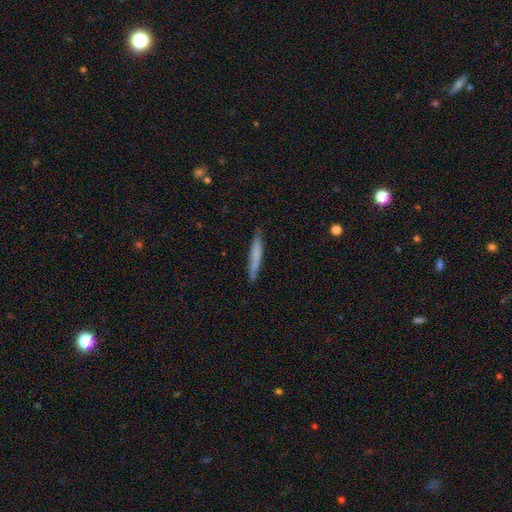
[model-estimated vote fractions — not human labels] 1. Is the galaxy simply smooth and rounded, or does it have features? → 67% smooth, 27% featured or disk, 6% star or artifact.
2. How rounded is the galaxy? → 95% cigar-shaped, 4% in between, 1% round.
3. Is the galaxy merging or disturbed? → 85% none, 11% minor disturbance, 2% major disturbance, 2% merger.